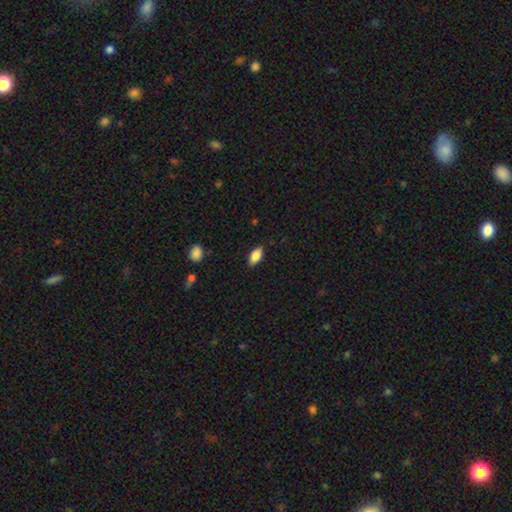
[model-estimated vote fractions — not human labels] Smooth or featured? smooth (85%)
How rounded? in between (89%)
Merging? none (86%)